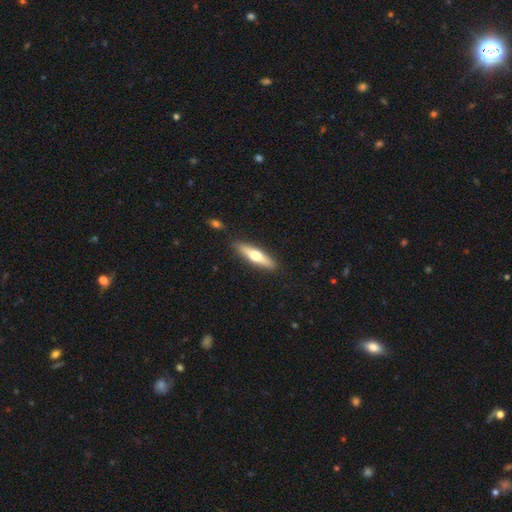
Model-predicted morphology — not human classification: Smooth or featured: smooth — 48% (featured or disk — 47%)
Merging: none — 88% (minor disturbance — 9%)